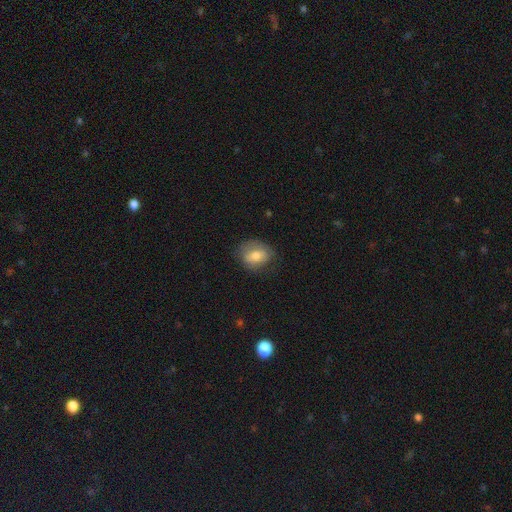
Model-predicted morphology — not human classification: This is likely a smooth galaxy (70%). How rounded: possibly in between (51%). Merging: likely none (70%).